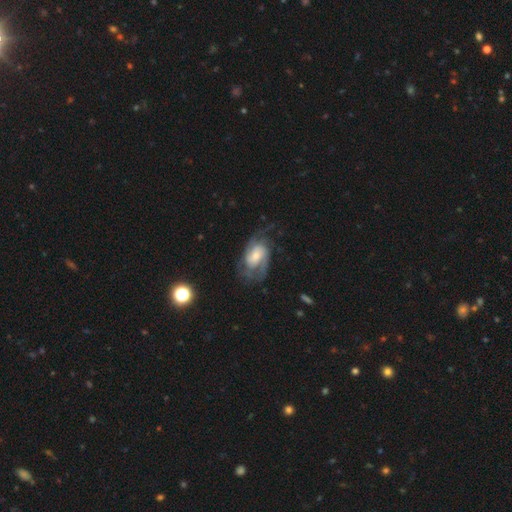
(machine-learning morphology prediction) featured or disk 79%, smooth 15%, star or artifact 6%. Down the decision tree: edge-on disk — no (97%); bar — no (52%); spiral arms — yes (93%); spiral arm count — 2 (50%); spiral winding — medium (48%); bulge size — small (43%); merging — none (59%).